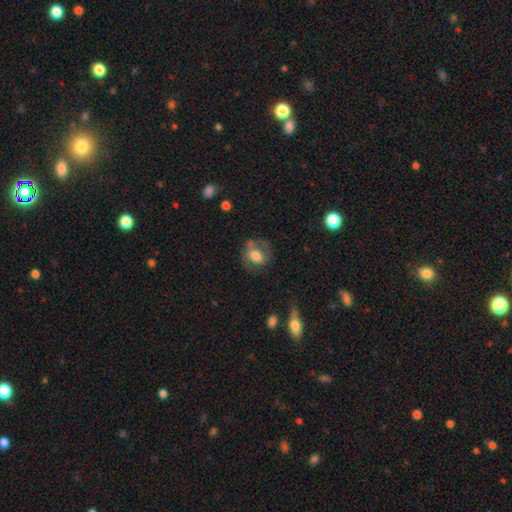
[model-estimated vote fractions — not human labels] This is likely a smooth galaxy (63%). How rounded: possibly round (53%). Merging: possibly none (53%).